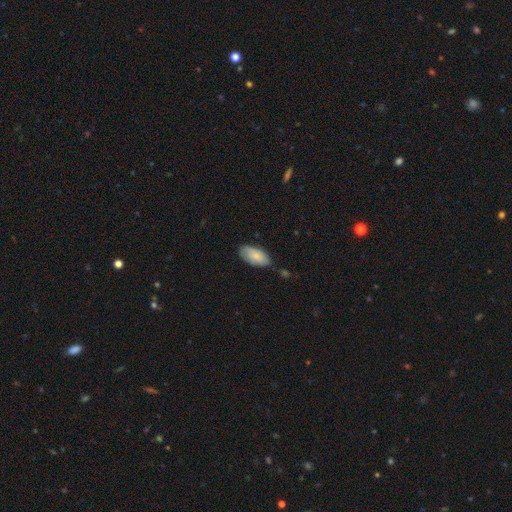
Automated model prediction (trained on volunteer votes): This appears to be a smooth galaxy with no disk features (74%) that is in between round and cigar-shaped (94%). Merging: none (65%).